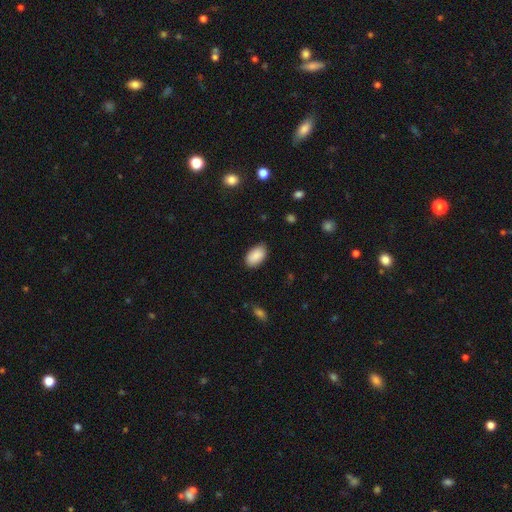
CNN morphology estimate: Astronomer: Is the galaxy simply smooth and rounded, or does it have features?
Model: smooth — 89%.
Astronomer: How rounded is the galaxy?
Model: in between — 94%.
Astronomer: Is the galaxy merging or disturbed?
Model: none — 84%.